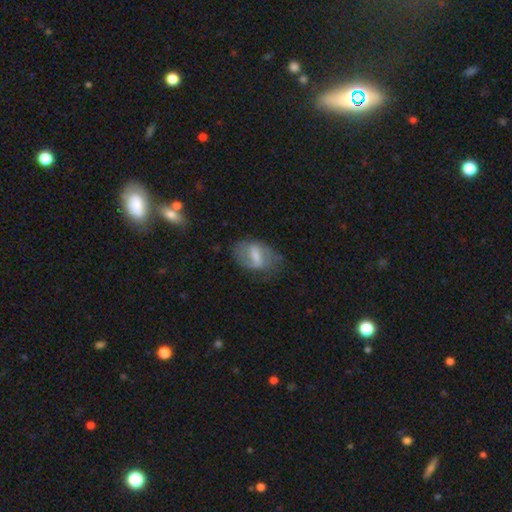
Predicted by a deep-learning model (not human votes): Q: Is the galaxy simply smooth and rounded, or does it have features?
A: featured or disk — 49%.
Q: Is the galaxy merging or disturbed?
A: none — 57%.